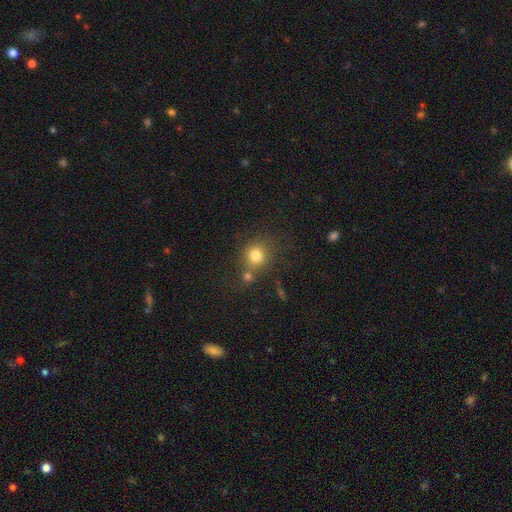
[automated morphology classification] The model was most divided on "merging": none: 62%, merger: 23%, minor disturbance: 10%, major disturbance: 5%. More confident: how rounded — round (86%); smooth or featured — smooth (78%).